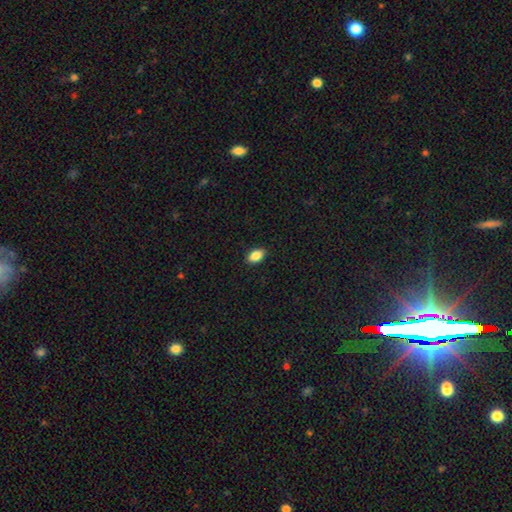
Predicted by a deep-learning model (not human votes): Smooth or featured? Predicted: smooth (p=0.87). How rounded? Predicted: in between (p=0.91). Merging? Predicted: none (p=0.89).